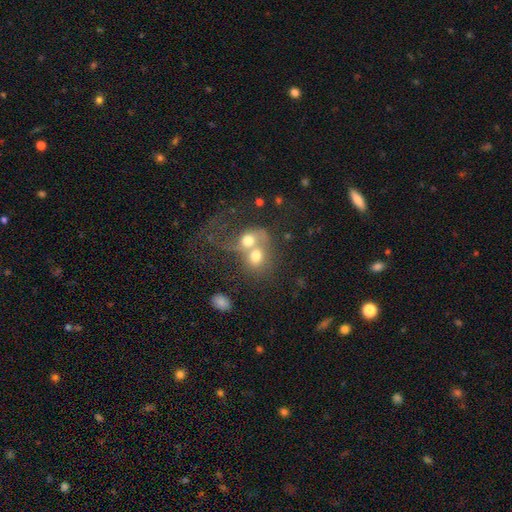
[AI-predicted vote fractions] Smooth or featured: smooth — 59% (featured or disk — 30%)
How rounded: round — 60% (in between — 38%)
Merging: merger — 76% (none — 11%)